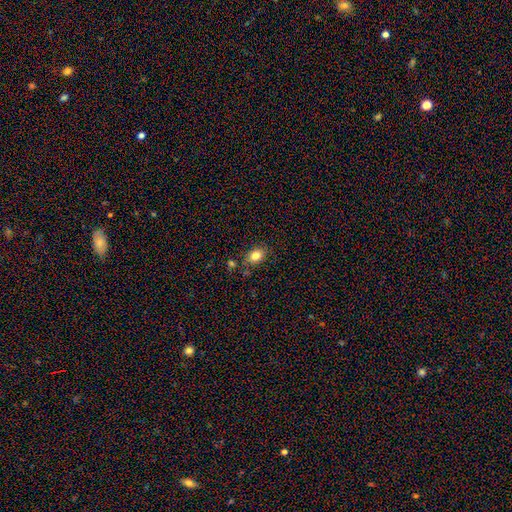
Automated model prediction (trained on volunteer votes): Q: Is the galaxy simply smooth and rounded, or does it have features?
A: smooth — 82%.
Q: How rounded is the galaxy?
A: in between — 66%.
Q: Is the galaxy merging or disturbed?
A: none — 77%.